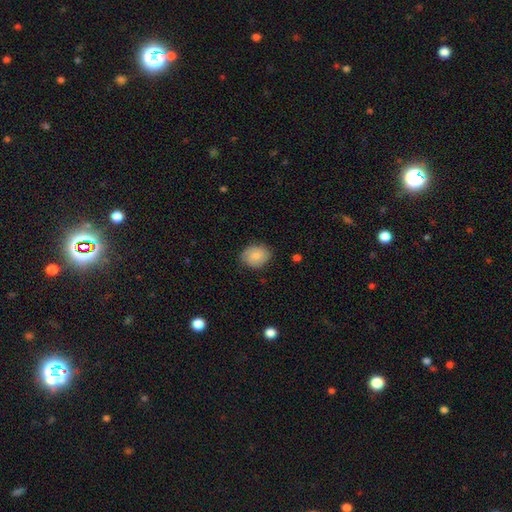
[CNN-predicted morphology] smooth_or_featured: smooth (p=0.81) [alt: featured or disk p=0.12]
how_rounded: round (p=0.56) [alt: in between p=0.43]
merging: none (p=0.78) [alt: minor disturbance p=0.18]